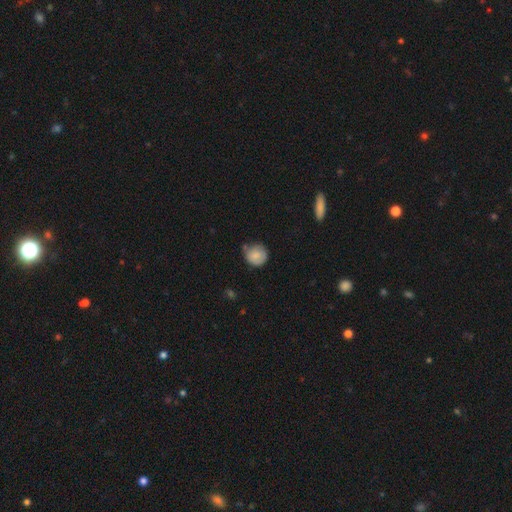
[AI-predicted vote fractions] Morphology: type=smooth (82%); roundness=round (89%); merging=none (66%).